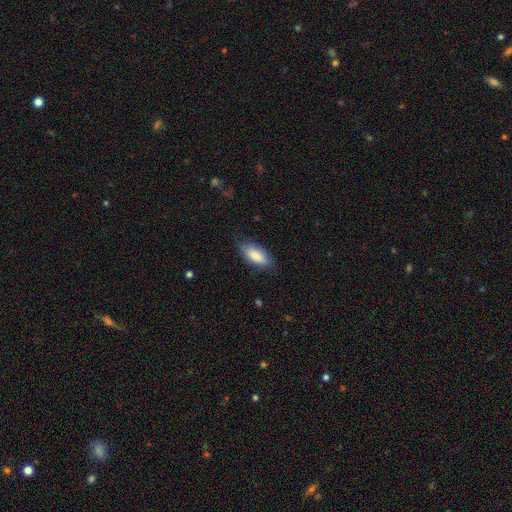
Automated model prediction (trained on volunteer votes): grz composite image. It shows a smooth galaxy with no disk features (83%) that is in between round and cigar-shaped (83%). Merging: none (75%).